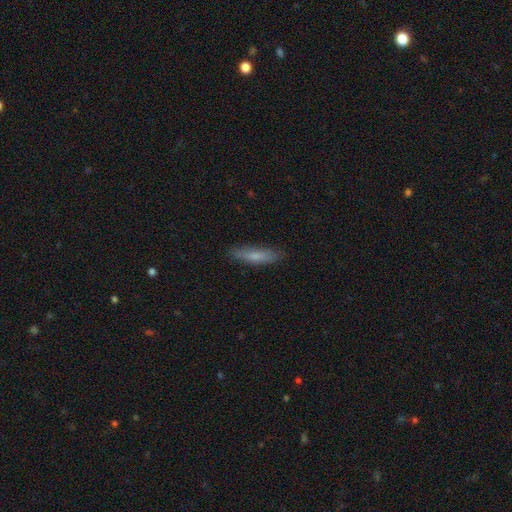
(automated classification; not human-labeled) A smooth galaxy with no disk features (73%) that is cigar-shaped (79%). Merging: none (85%).